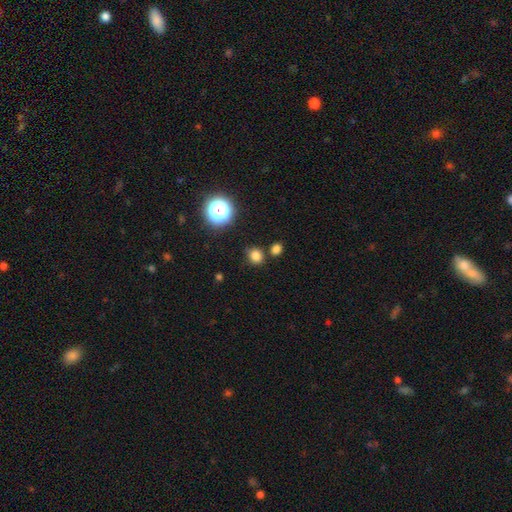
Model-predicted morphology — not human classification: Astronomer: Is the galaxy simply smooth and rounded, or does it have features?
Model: smooth — 79%.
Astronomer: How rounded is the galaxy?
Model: round — 75%.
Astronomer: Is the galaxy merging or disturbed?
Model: none — 80%.